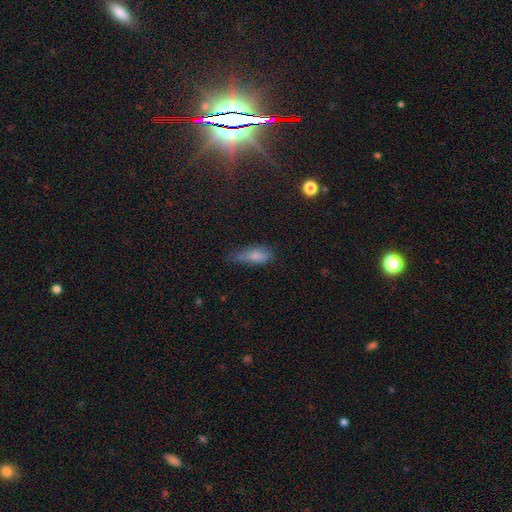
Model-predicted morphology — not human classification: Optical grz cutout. It shows a smooth galaxy with no disk features (76%) that is in between round and cigar-shaped (74%). Merging: minor disturbance (42%).